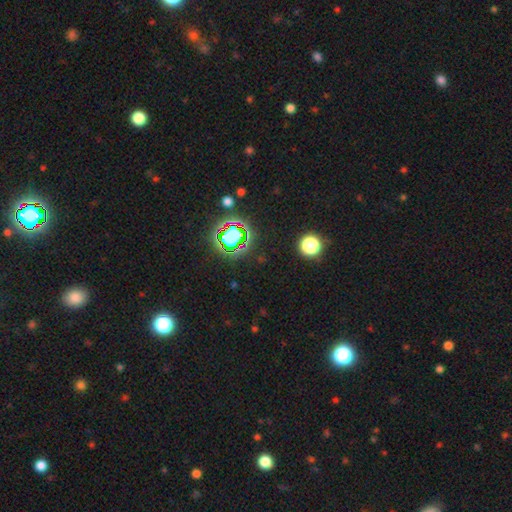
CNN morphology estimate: Smooth or featured?
  - star or artifact: 77% *
  - smooth: 16%
  - featured or disk: 7%